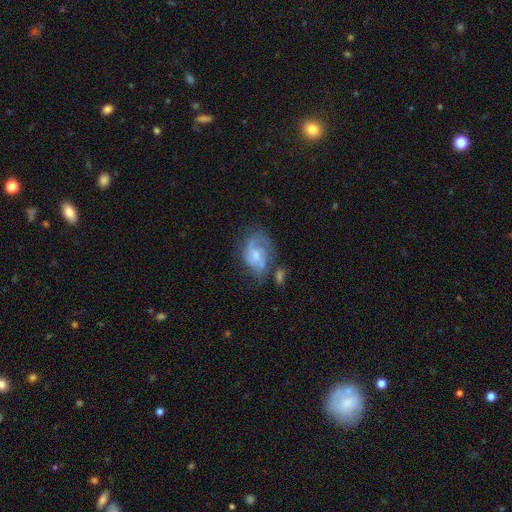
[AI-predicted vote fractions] Smooth or featured? featured or disk (65%)
Edge-on disk? no (97%)
Bar? no (62%)
Spiral arms? yes (84%)
Spiral winding? medium (45%)
Spiral arm count? 2 (49%)
Bulge size? small (45%)
Merging? none (42%)